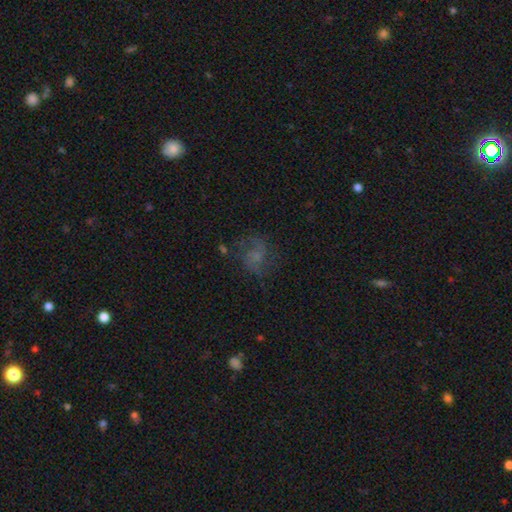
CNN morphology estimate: Smooth or featured: featured or disk — 51% (smooth — 33%)
Edge-on disk: no — 98% (yes — 2%)
Merging: none — 60% (minor disturbance — 19%)